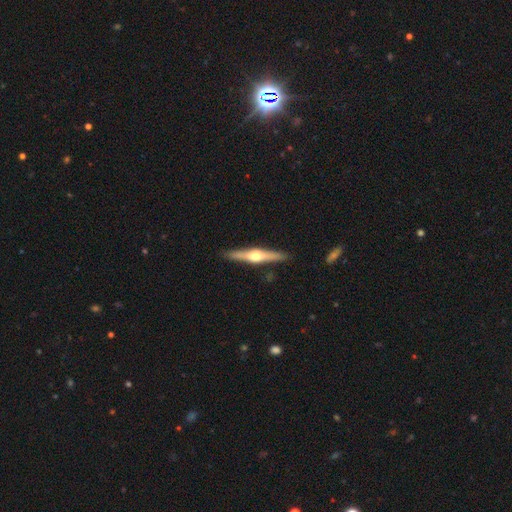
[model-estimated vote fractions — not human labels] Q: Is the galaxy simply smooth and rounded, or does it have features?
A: featured or disk — 72%.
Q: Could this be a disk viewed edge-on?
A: yes — 98%.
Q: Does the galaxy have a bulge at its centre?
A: rounded — 94%.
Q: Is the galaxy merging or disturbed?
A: none — 90%.